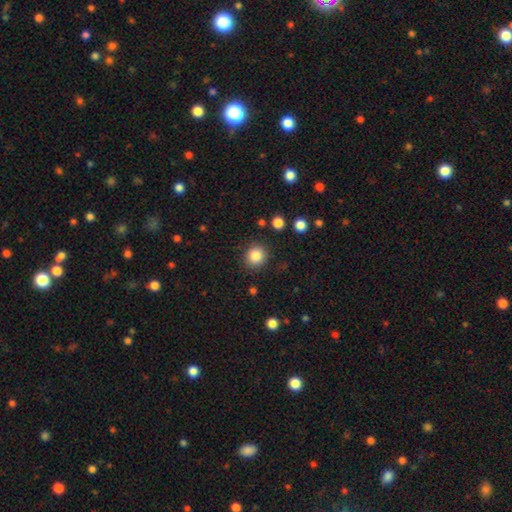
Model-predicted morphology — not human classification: smooth_or_featured: smooth (p=0.85) [alt: star or artifact p=0.10]
how_rounded: round (p=0.84) [alt: in between p=0.15]
merging: none (p=0.87) [alt: minor disturbance p=0.08]